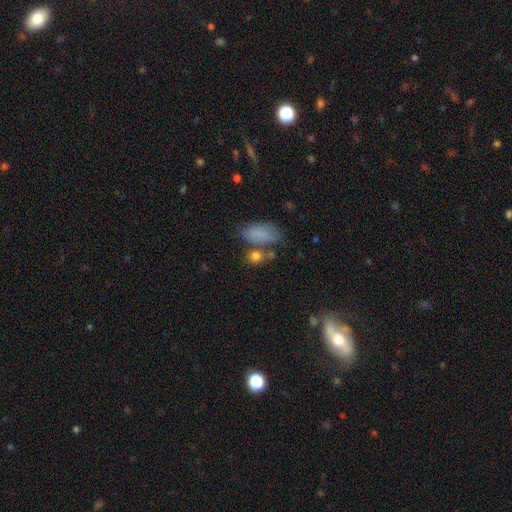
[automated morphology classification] smooth 81%, star or artifact 10%, featured or disk 9%. Down the decision tree: how rounded — in between (53%); merging — none (55%).